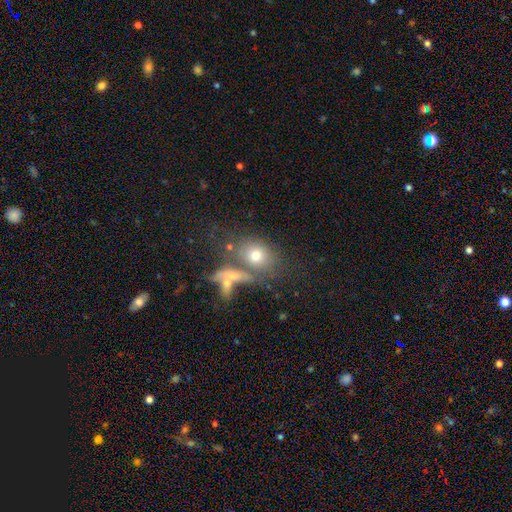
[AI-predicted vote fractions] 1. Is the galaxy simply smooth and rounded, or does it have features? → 69% smooth, 19% featured or disk, 12% star or artifact.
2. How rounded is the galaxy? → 56% in between, 41% round, 3% cigar-shaped.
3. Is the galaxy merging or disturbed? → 49% none, 29% merger, 13% minor disturbance, 9% major disturbance.